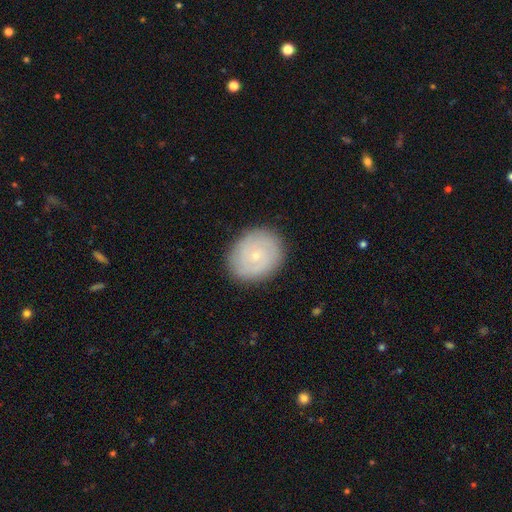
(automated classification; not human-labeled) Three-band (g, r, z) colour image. It shows a featured or disk galaxy (54%) with no bar (79%), spiral arms (75%) and a small central bulge (81%). Merging: none (86%).